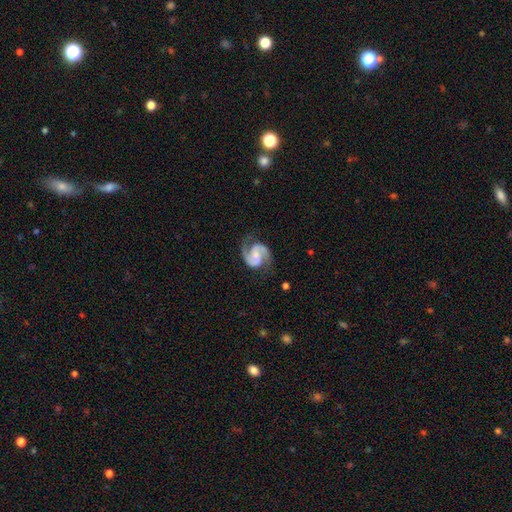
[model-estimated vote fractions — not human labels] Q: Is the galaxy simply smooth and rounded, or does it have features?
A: featured or disk — 91%.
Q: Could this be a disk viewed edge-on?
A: no — 98%.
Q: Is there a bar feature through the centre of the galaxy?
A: weak — 43%.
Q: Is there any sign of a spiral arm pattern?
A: yes — 98%.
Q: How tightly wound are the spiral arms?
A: medium — 59%.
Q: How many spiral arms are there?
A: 2 — 94%.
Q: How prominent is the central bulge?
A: none — 40%.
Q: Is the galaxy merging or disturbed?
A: none — 78%.